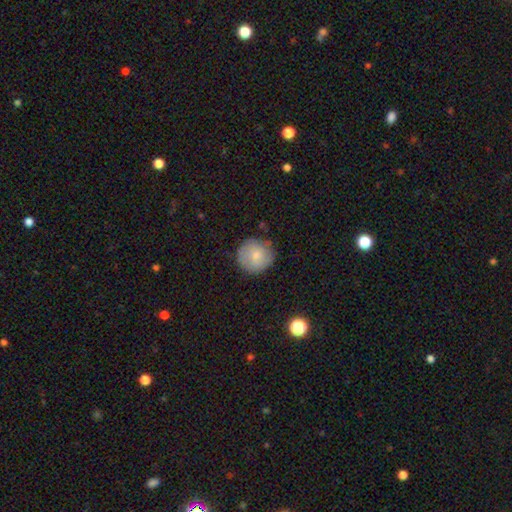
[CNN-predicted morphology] smooth 67%, featured or disk 26%, star or artifact 7%. Down the decision tree: how rounded — round (93%); merging — none (79%).